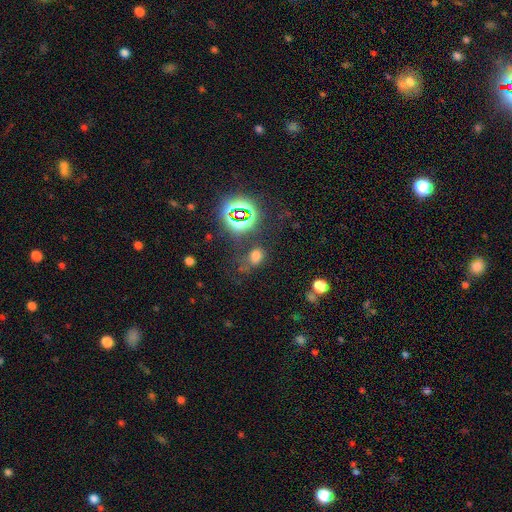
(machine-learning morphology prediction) type=smooth (59%); roundness=in between (62%); merging=none (60%).